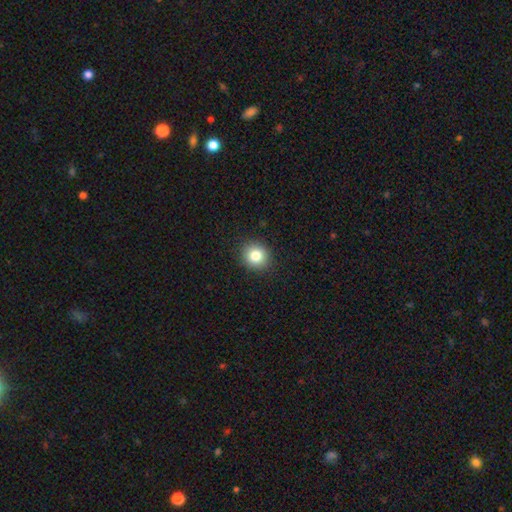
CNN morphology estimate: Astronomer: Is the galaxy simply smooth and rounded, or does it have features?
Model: smooth — 82%.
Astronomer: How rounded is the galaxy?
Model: round — 86%.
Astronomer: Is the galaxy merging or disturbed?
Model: none — 91%.